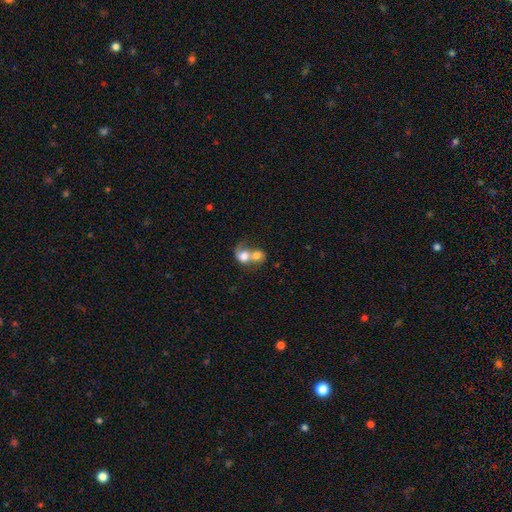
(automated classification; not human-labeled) A smooth galaxy with no disk features (66%) that is round (59%).

Vote fractions:
- Smooth or featured? smooth: 66% / featured or disk: 27% / star or artifact: 8%
- How rounded? round: 59% / in between: 40% / cigar-shaped: 1%
- Merging? merger: 81% / none: 9% / major disturbance: 6% / minor disturbance: 4%